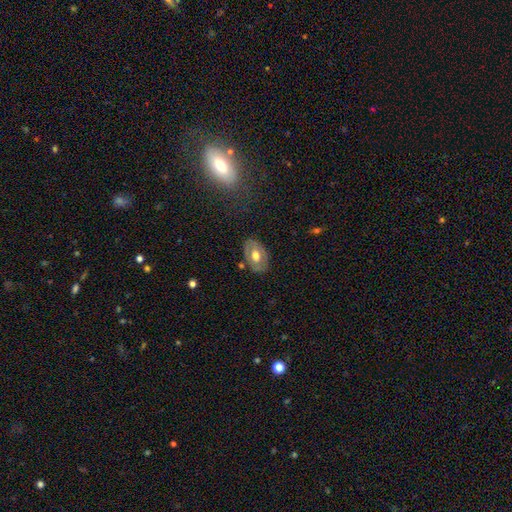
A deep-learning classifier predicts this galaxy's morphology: The model was most divided on "smooth or featured": featured or disk: 48%, smooth: 45%, star or artifact: 6%. More confident: merging — none (78%).